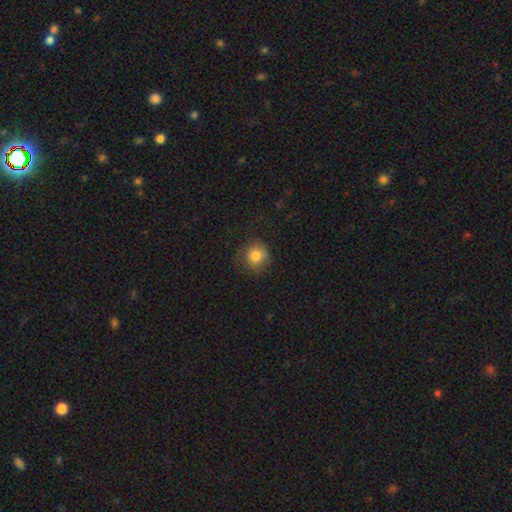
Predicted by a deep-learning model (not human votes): Smooth or featured? smooth (82%)
How rounded? round (88%)
Merging? none (75%)